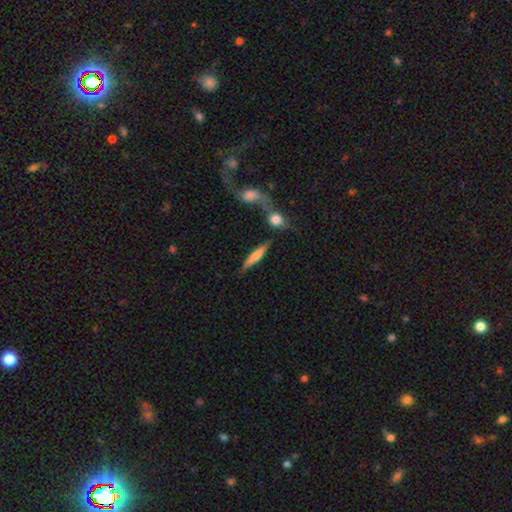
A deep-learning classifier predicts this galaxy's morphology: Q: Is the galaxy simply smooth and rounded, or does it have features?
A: smooth — 62%.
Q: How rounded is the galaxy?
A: cigar-shaped — 83%.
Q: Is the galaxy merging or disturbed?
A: none — 62%.